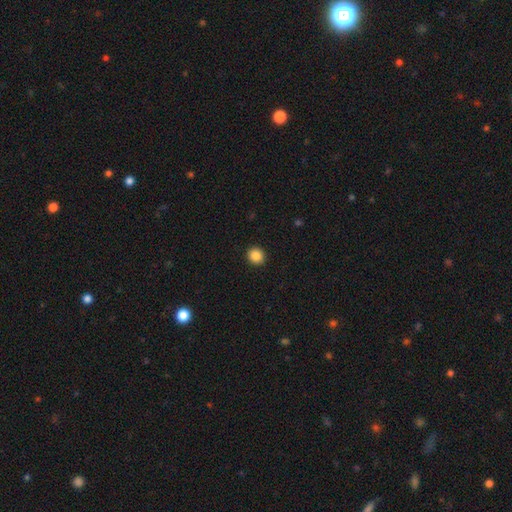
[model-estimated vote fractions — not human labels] Smooth or featured: smooth — 87% (star or artifact — 10%)
How rounded: round — 87% (in between — 12%)
Merging: none — 93% (minor disturbance — 5%)